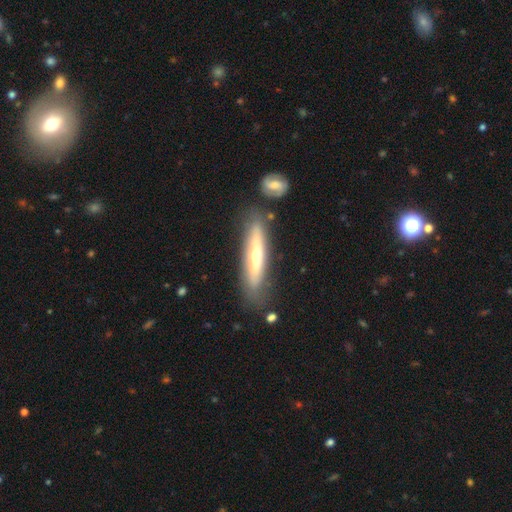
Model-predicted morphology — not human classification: featured or disk 53%, smooth 41%, star or artifact 6%. Down the decision tree: edge-on disk — yes (75%); merging — none (77%).